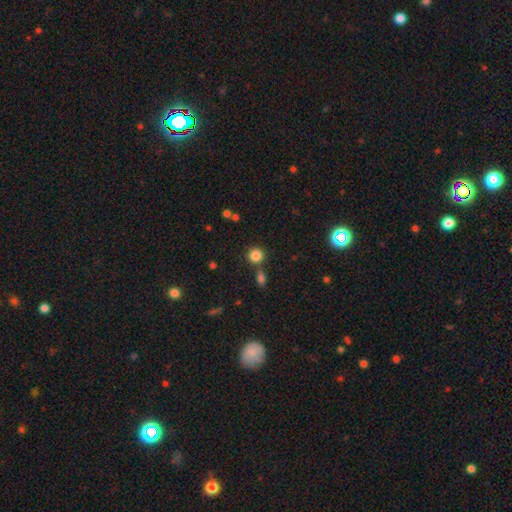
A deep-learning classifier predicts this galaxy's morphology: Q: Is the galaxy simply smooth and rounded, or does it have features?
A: smooth — 84%.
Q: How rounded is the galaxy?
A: round — 89%.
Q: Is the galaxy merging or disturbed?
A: none — 74%.